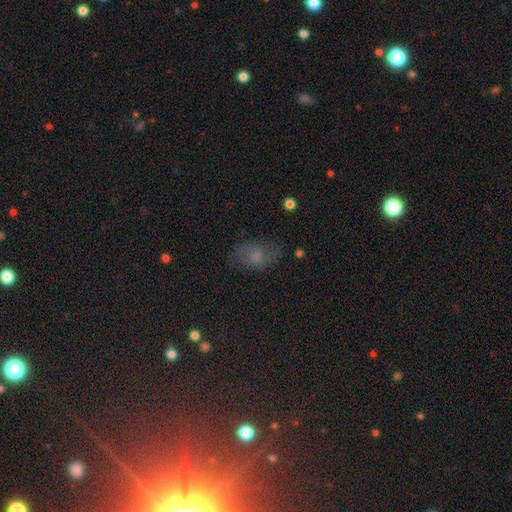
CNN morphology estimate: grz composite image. It shows a smooth galaxy with no disk features (60%) that is in between round and cigar-shaped (84%). Merging: none (70%).